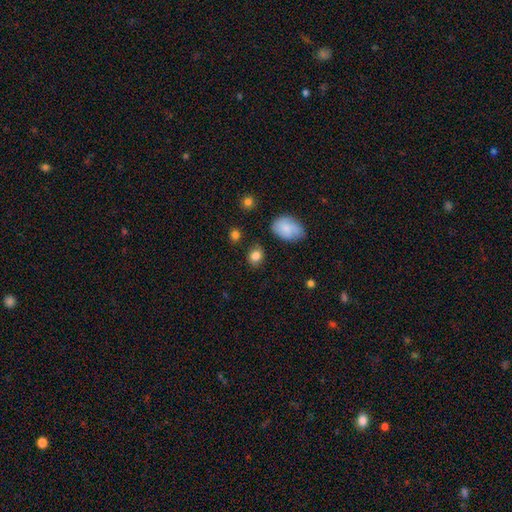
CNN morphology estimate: A smooth galaxy with no disk features (84%) that is round (57%). Merging: none (81%).